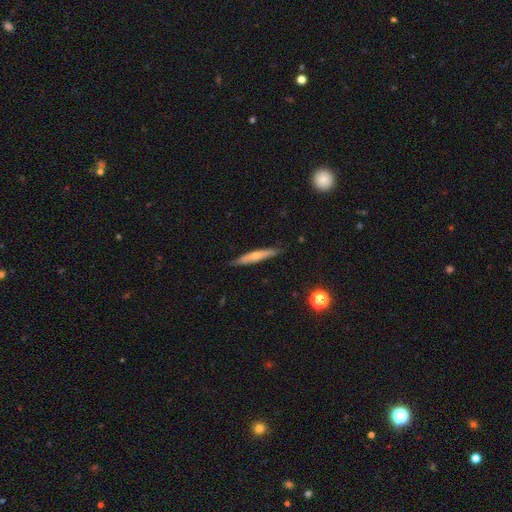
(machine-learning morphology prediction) smooth-or-featured: smooth: 53% | featured or disk: 42% | star or artifact: 6%
  how-rounded: cigar-shaped: 92% | in between: 7% | round: 2%
  merging: none: 81% | minor disturbance: 16% | major disturbance: 2% | merger: 1%